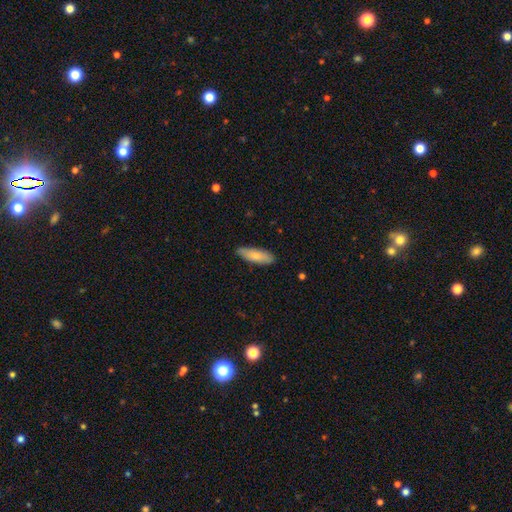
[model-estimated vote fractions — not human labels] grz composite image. It shows a smooth galaxy with no disk features (80%) that is in between round and cigar-shaped (54%). Merging: none (85%).